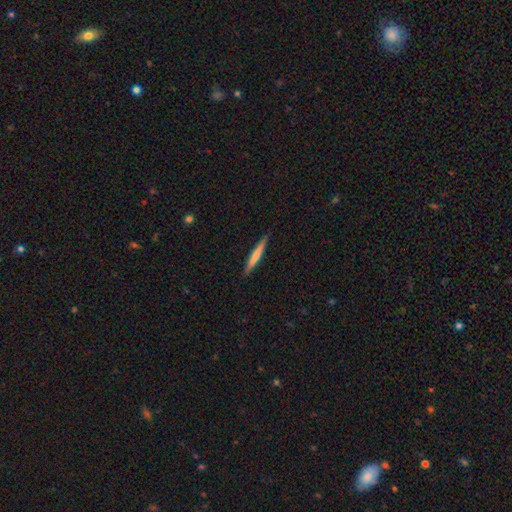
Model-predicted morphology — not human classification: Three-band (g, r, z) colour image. It shows a smooth galaxy with no disk features (60%) that is cigar-shaped (96%). Merging: none (89%).